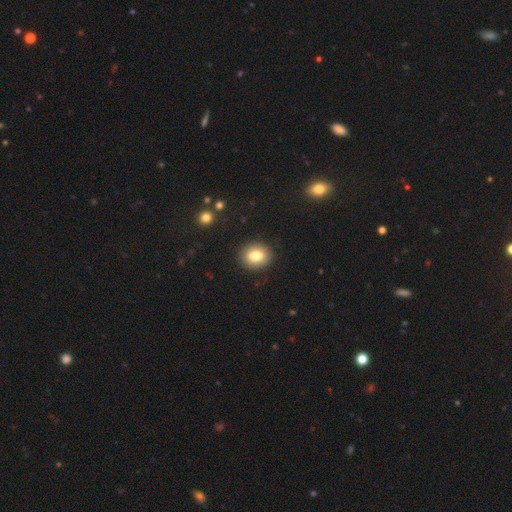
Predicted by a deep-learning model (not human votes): Smooth or featured? smooth (82%)
How rounded? round (57%)
Merging? none (89%)